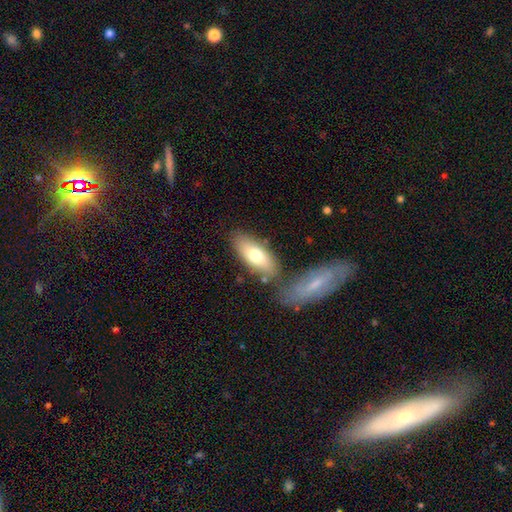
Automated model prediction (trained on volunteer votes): Smooth or featured? smooth (71%)
How rounded? in between (81%)
Merging? none (69%)